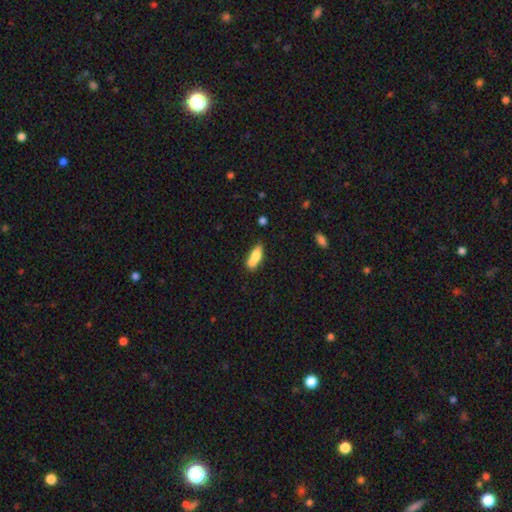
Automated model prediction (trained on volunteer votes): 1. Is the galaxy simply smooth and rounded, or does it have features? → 69% smooth, 24% featured or disk, 7% star or artifact.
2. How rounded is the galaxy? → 67% in between, 29% cigar-shaped, 4% round.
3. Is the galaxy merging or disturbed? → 46% none, 31% merger, 18% minor disturbance, 6% major disturbance.